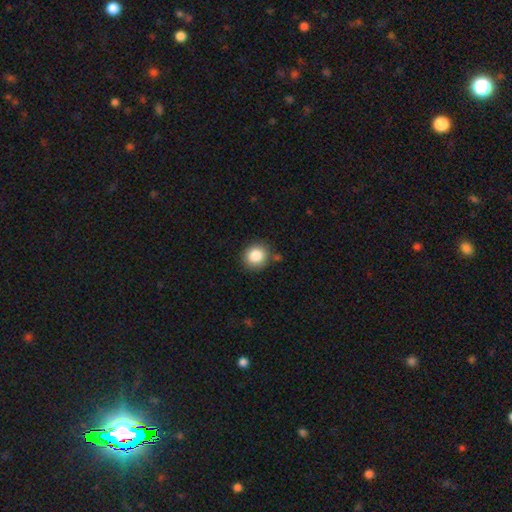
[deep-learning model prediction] Q: Smooth or featured?
A: smooth (85%); runner-up: star or artifact (10%)
Q: How rounded?
A: round (86%); runner-up: in between (13%)
Q: Merging?
A: none (84%); runner-up: minor disturbance (10%)